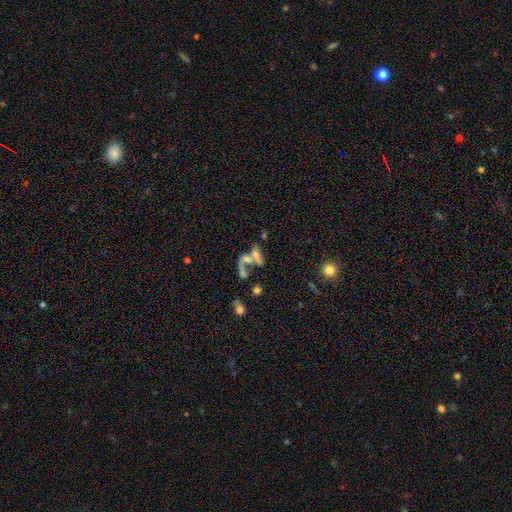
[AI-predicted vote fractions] smooth_or_featured: featured or disk (p=0.44) [alt: smooth p=0.40]
merging: merger (p=0.58) [alt: none p=0.18]